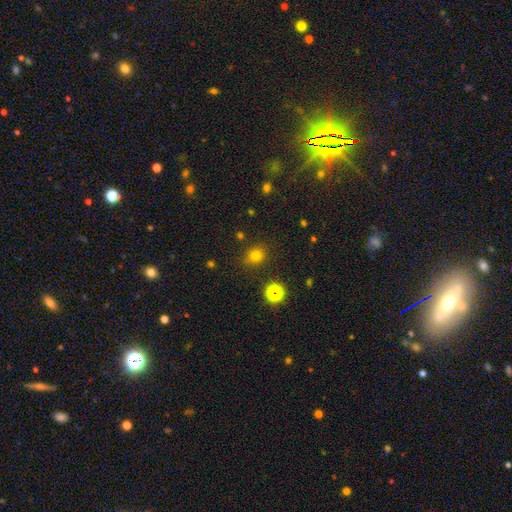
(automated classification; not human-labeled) The model was most divided on "how rounded": round: 72%, in between: 27%, cigar-shaped: 1%. More confident: merging — none (82%); smooth or featured — smooth (73%).